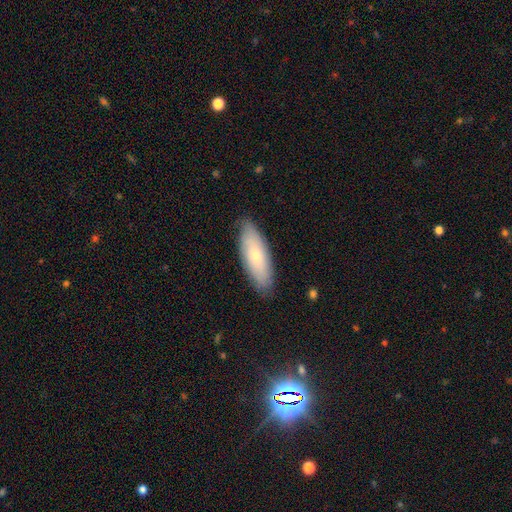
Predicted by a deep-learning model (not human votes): smooth-or-featured: smooth: 67% | featured or disk: 27% | star or artifact: 6%
  how-rounded: in between: 65% | cigar-shaped: 33% | round: 2%
  merging: none: 85% | minor disturbance: 12% | major disturbance: 2% | merger: 1%